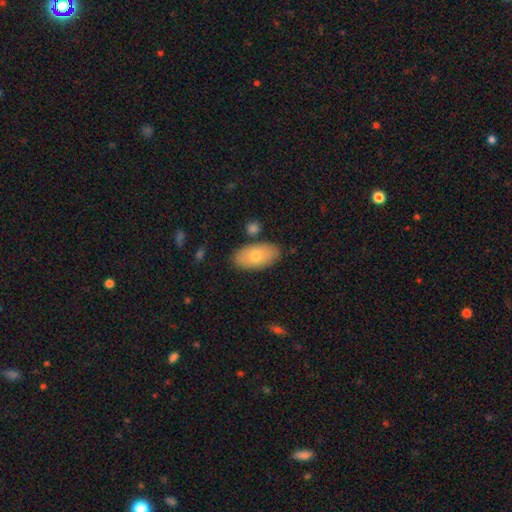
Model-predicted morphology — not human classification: smooth_or_featured: smooth (p=0.72) [alt: featured or disk p=0.22]
how_rounded: in between (p=0.94) [alt: round p=0.04]
merging: none (p=0.81) [alt: minor disturbance p=0.11]